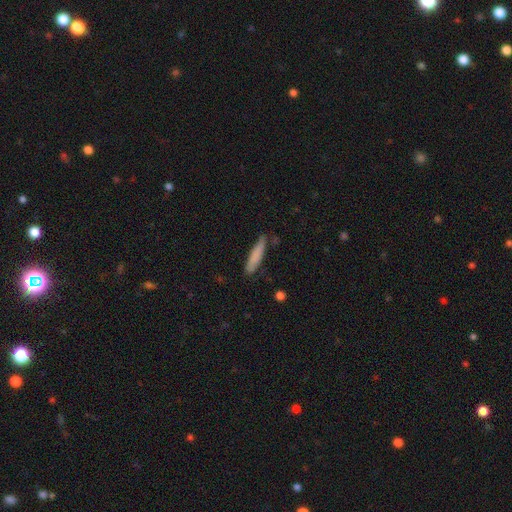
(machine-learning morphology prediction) Q: Smooth or featured?
A: smooth (79%); runner-up: featured or disk (15%)
Q: How rounded?
A: cigar-shaped (88%); runner-up: in between (11%)
Q: Merging?
A: none (77%); runner-up: minor disturbance (18%)